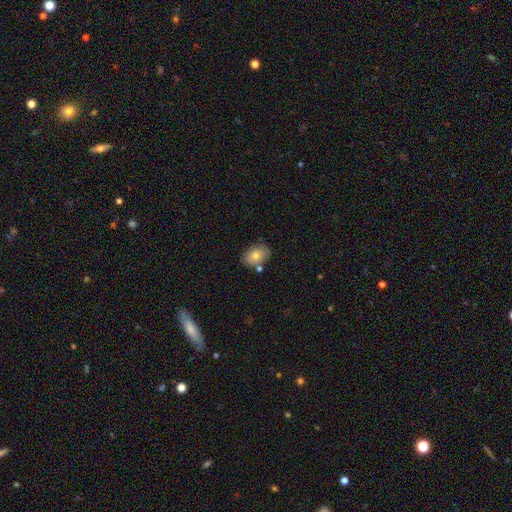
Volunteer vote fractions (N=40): Smooth or featured? smooth (70%)
How rounded? in between (79%)
Merging? none (81%)